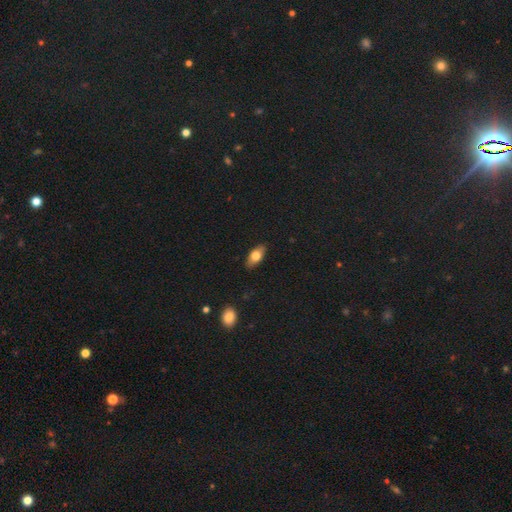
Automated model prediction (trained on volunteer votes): The model was most divided on "smooth or featured": smooth: 72%, featured or disk: 21%, star or artifact: 7%. More confident: merging — none (86%); how rounded — in between (86%).